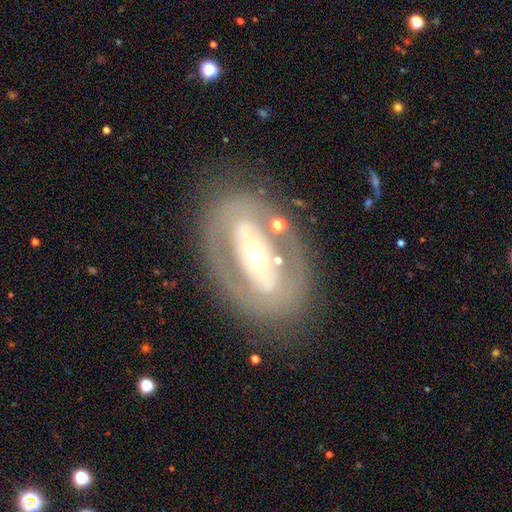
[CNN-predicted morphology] Overall: featured or disk (74%). Edge-on disk: no (90%). Bar: no (40%; strong 39%). Spiral arms: no (69%; yes 31%). Bulge size: moderate (47%; small 42%). Merging: none (75%).